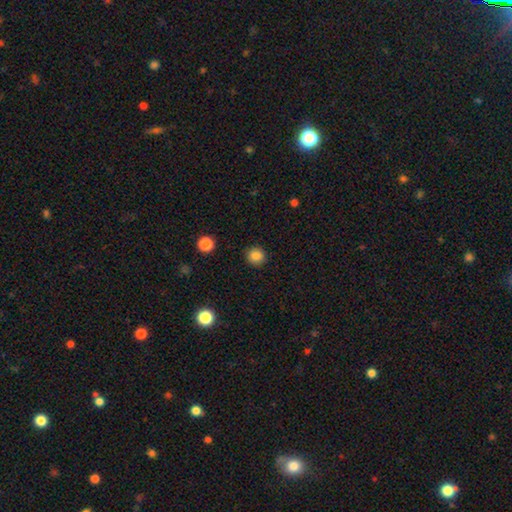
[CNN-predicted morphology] Smooth or featured: smooth — 85% (star or artifact — 11%)
How rounded: round — 92% (in between — 7%)
Merging: none — 91% (minor disturbance — 6%)